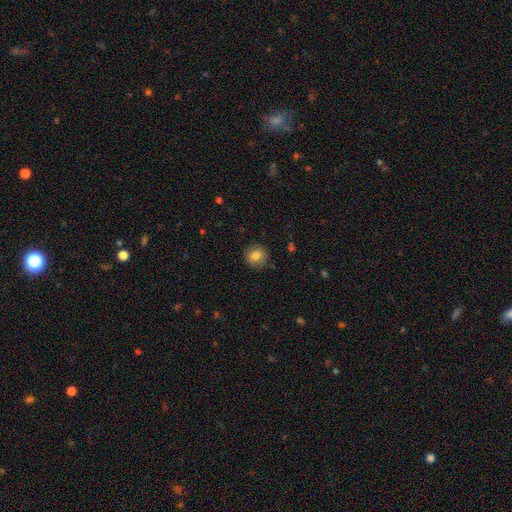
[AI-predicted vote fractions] A smooth galaxy with no disk features (83%) that is round (87%). Merging: none (88%).